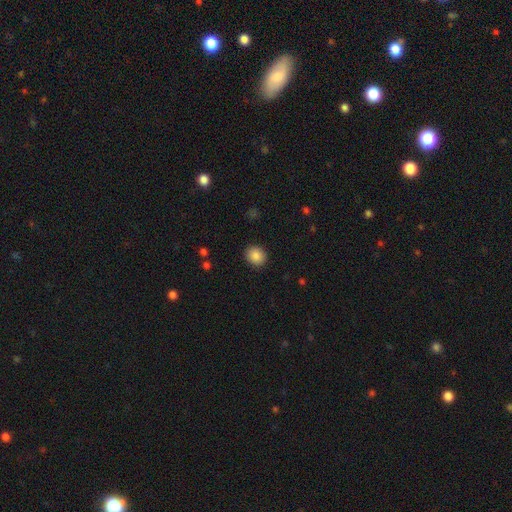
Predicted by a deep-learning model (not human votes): A smooth galaxy with no disk features (87%) that is round (73%). Merging: none (91%).